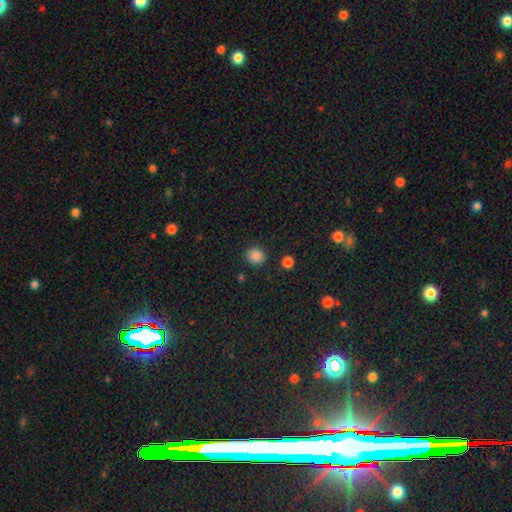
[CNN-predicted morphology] smooth-or-featured: smooth: 86% | star or artifact: 11% | featured or disk: 3%
  how-rounded: round: 88% | in between: 11% | cigar-shaped: 1%
  merging: none: 89% | minor disturbance: 7% | major disturbance: 2% | merger: 2%